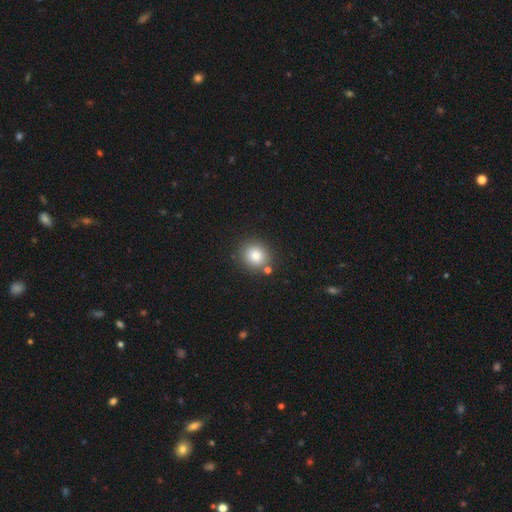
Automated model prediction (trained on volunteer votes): Smooth or featured? smooth (80%)
How rounded? round (84%)
Merging? none (81%)